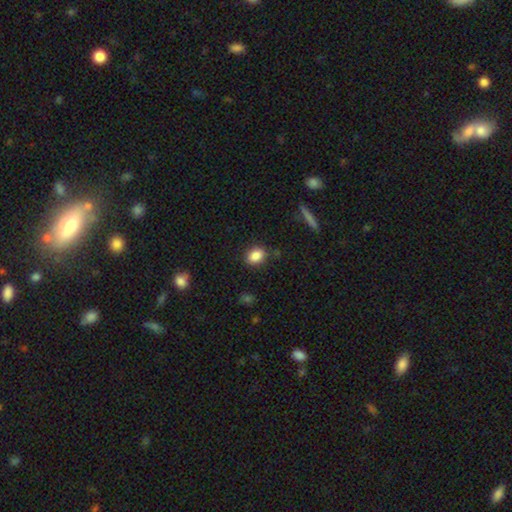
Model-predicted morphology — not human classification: Smooth or featured? smooth (86%)
How rounded? in between (66%)
Merging? none (84%)